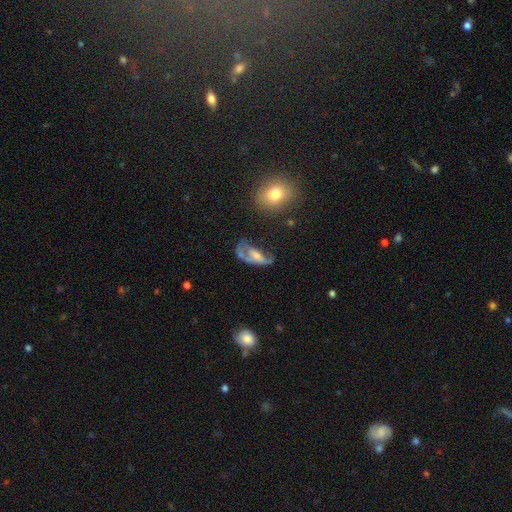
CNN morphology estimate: Smooth or featured?
  - featured or disk: 50% *
  - smooth: 39%
  - star or artifact: 11%
Edge-on disk?
  - no: 89% *
  - yes: 11%
Merging?
  - major disturbance: 45% *
  - none: 24%
  - minor disturbance: 20%
  - merger: 11%